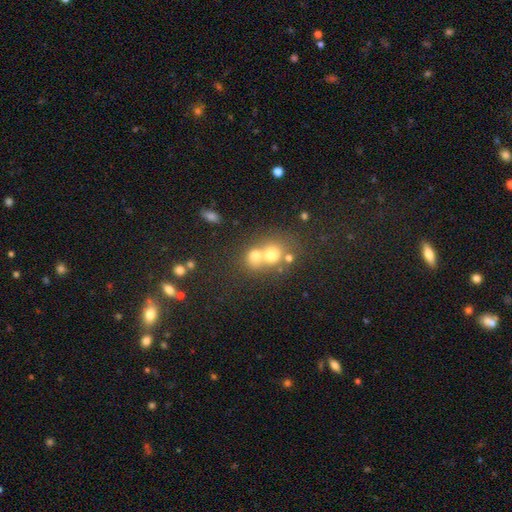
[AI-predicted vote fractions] smooth-or-featured: smooth: 70% | featured or disk: 17% | star or artifact: 14%
  how-rounded: round: 70% | in between: 29% | cigar-shaped: 1%
  merging: merger: 64% | none: 26% | minor disturbance: 6% | major disturbance: 4%